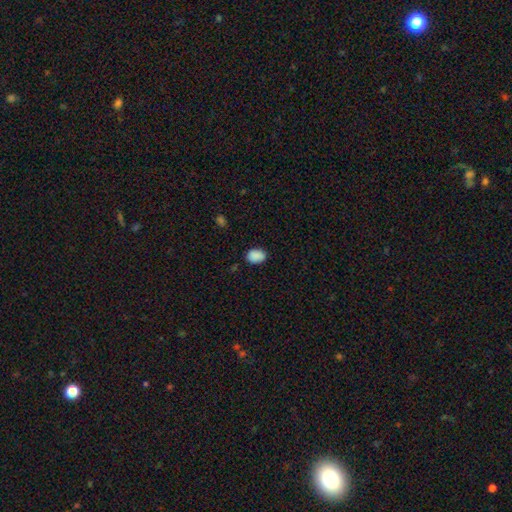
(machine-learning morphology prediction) Overall: smooth (88%). How rounded: in between (76%). Merging: none (82%).